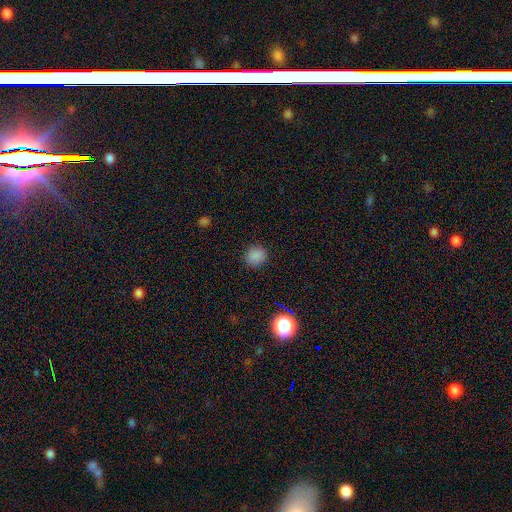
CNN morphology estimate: Smooth or featured: smooth — 83% (star or artifact — 14%)
How rounded: round — 73% (in between — 26%)
Merging: none — 87% (minor disturbance — 9%)